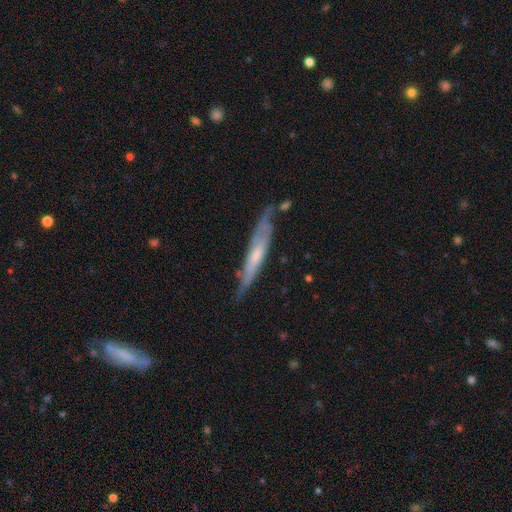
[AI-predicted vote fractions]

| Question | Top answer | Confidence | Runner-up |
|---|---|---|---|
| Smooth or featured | featured or disk | 65% | smooth (29%) |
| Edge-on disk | yes | 70% | no (30%) |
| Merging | none | 62% | minor disturbance (26%) |